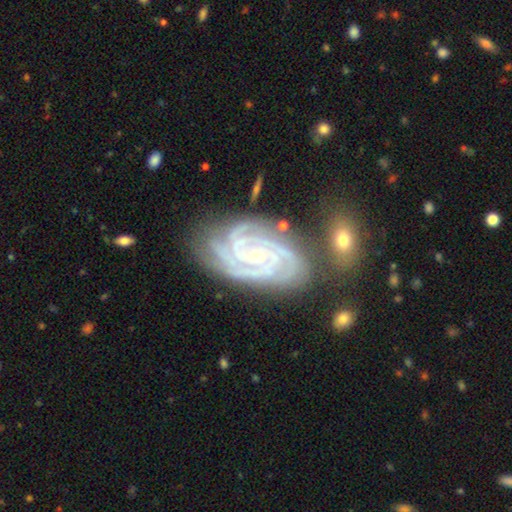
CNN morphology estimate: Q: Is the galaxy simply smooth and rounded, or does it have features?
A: featured or disk — 92%.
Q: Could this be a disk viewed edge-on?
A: no — 97%.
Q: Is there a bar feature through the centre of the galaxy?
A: no — 61%.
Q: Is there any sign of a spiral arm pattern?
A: yes — 99%.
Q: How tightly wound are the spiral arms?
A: tight — 79%.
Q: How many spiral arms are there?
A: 4 — 38%.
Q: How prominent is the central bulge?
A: small — 77%.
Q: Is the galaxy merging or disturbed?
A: none — 71%.